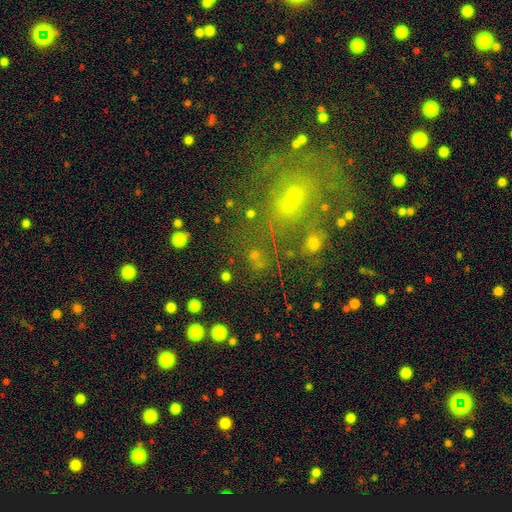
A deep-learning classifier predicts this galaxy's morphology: smooth-or-featured: smooth: 42% | star or artifact: 30% | featured or disk: 27%
  merging: none: 69% | minor disturbance: 15% | major disturbance: 9% | merger: 7%